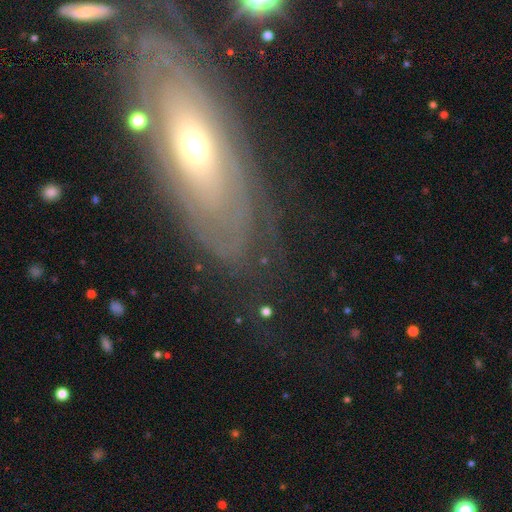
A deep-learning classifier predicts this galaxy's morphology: Smooth or featured? Predicted: featured or disk (p=0.70). Edge-on disk? Predicted: no (p=0.80). Bar? Predicted: no (p=0.81). Spiral arms? Predicted: yes (p=0.63). Bulge size? Predicted: moderate (p=0.53). Merging? Predicted: none (p=0.79).